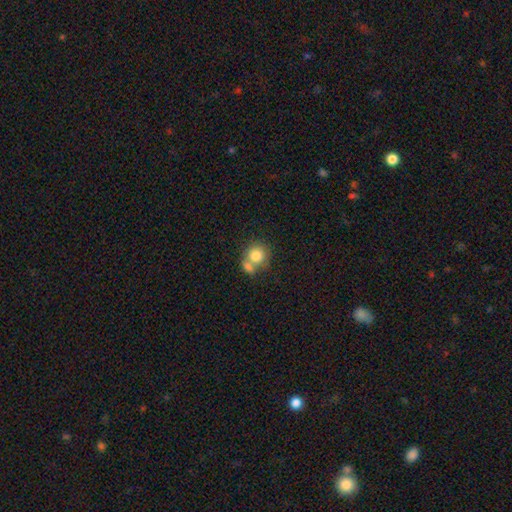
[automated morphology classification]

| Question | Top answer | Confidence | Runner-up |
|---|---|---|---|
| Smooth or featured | smooth | 80% | featured or disk (11%) |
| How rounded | round | 83% | in between (16%) |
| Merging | merger | 46% | none (40%) |